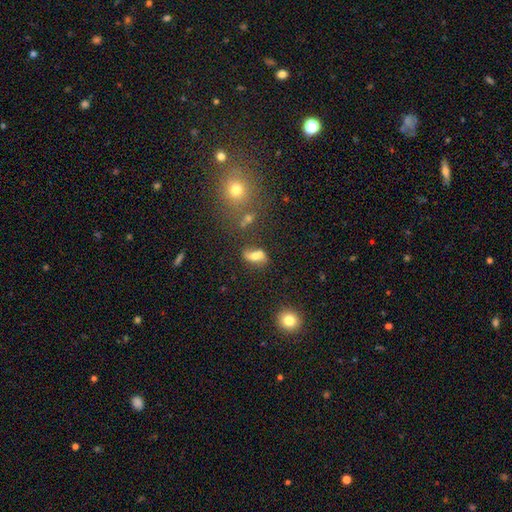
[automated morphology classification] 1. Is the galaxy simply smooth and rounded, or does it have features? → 58% smooth, 30% featured or disk, 13% star or artifact.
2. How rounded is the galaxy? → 77% in between, 15% round, 8% cigar-shaped.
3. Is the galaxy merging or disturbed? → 54% none, 19% merger, 18% minor disturbance, 8% major disturbance.